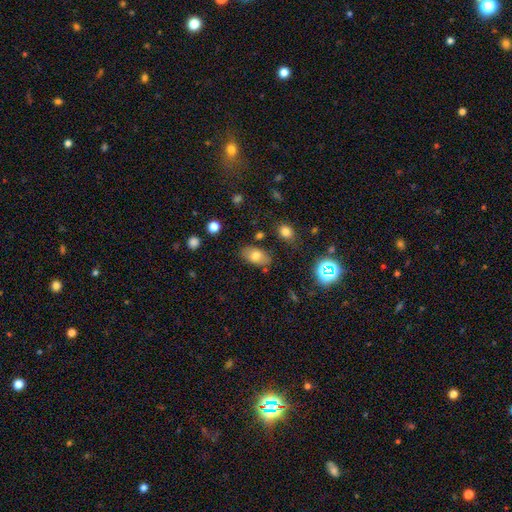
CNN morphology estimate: A smooth galaxy with no disk features (74%) that is in between round and cigar-shaped (90%).

Vote fractions:
- Smooth or featured? smooth: 74% / featured or disk: 16% / star or artifact: 10%
- How rounded? in between: 90% / round: 7% / cigar-shaped: 3%
- Merging? none: 80% / minor disturbance: 13% / merger: 4% / major disturbance: 3%